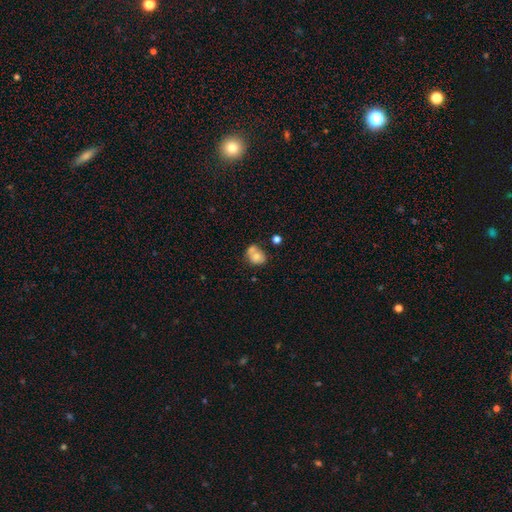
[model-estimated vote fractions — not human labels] Overall: smooth (68%). How rounded: round (59%; in between 40%). Merging: merger (43%; none 36%).